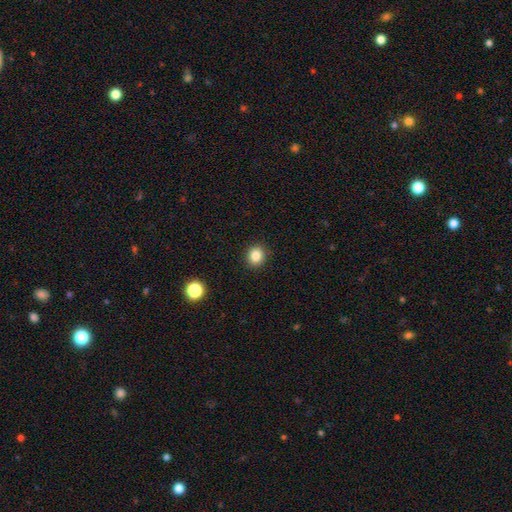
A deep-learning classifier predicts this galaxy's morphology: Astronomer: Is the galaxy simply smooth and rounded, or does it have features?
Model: smooth — 84%.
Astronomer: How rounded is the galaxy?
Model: round — 78%.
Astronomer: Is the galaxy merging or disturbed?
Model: none — 92%.